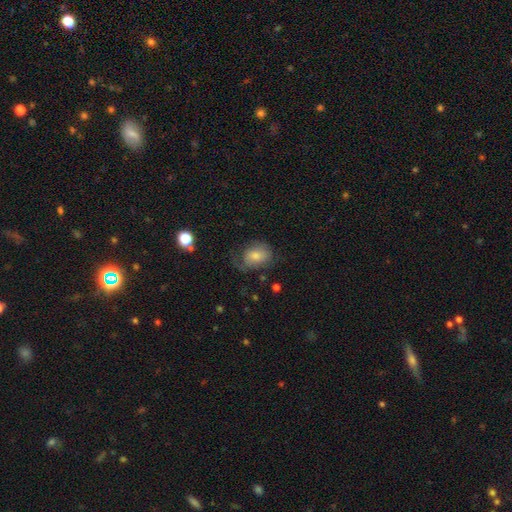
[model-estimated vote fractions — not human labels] smooth 68%, featured or disk 23%, star or artifact 9%. Down the decision tree: how rounded — in between (66%); merging — none (46%).